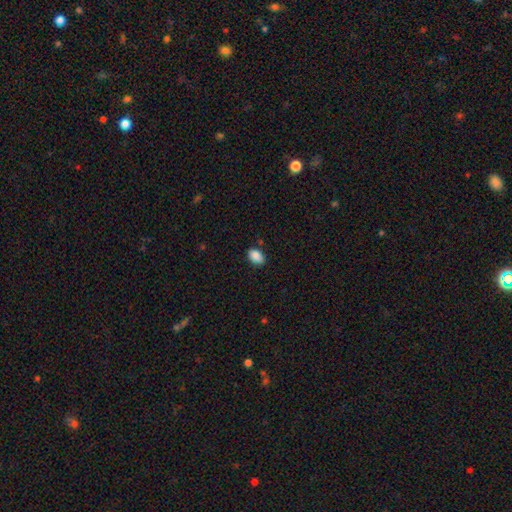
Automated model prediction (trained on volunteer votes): Overall: smooth (88%). How rounded: in between (87%). Merging: none (83%).